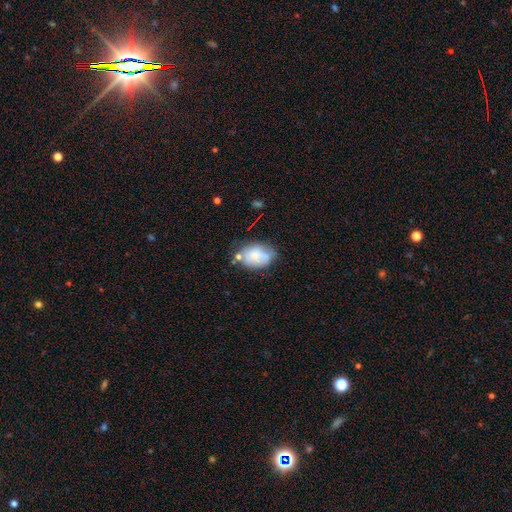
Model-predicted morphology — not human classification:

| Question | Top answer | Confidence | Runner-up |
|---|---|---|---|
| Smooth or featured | smooth | 68% | featured or disk (24%) |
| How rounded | in between | 80% | round (19%) |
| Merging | none | 48% | minor disturbance (30%) |